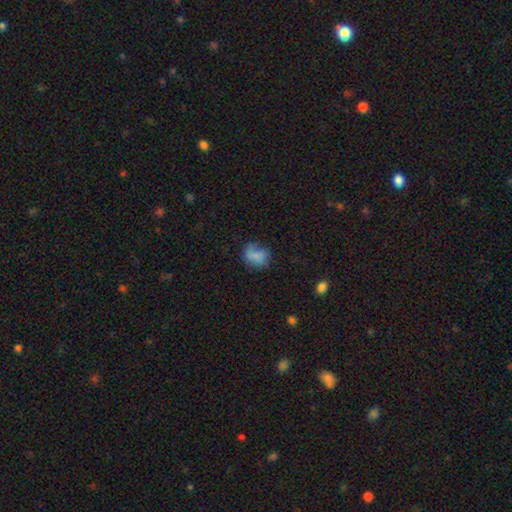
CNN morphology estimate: A smooth galaxy with no disk features (73%) that is in between round and cigar-shaped (54%).

Vote fractions:
- Smooth or featured? smooth: 73% / featured or disk: 15% / star or artifact: 12%
- How rounded? in between: 54% / round: 45% / cigar-shaped: 1%
- Merging? none: 49% / minor disturbance: 29% / major disturbance: 18% / merger: 4%